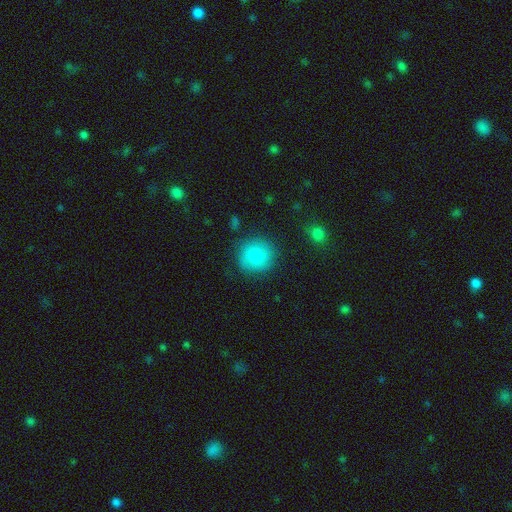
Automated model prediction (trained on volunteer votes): Smooth or featured: smooth — 83% (featured or disk — 9%)
How rounded: round — 92% (in between — 7%)
Merging: none — 81% (minor disturbance — 13%)